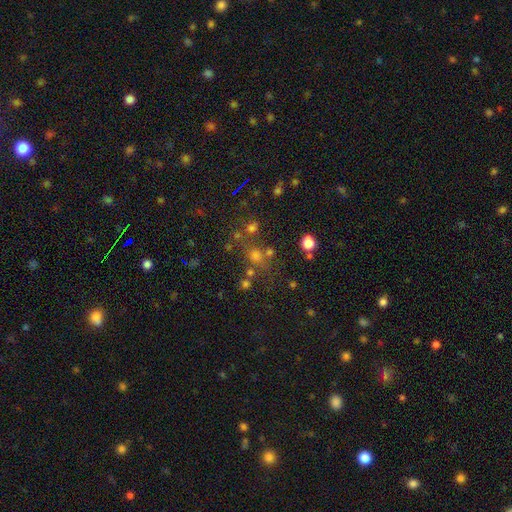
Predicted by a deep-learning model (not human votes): A smooth galaxy with no disk features (51%) that is round (81%). Merging: none (65%).